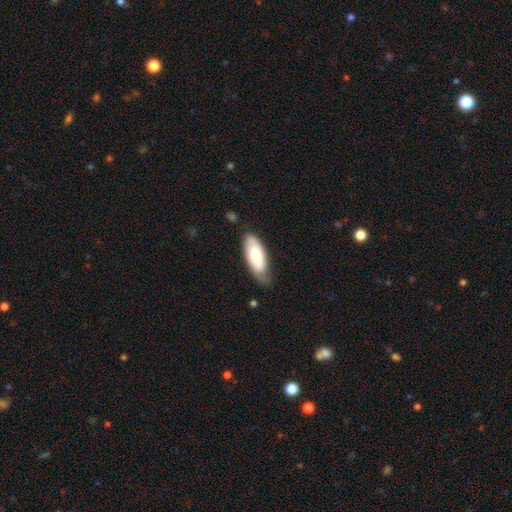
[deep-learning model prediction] smooth-or-featured: smooth: 71% | featured or disk: 24% | star or artifact: 5%
  how-rounded: in between: 78% | cigar-shaped: 20% | round: 2%
  merging: none: 63% | minor disturbance: 29% | major disturbance: 7% | merger: 2%